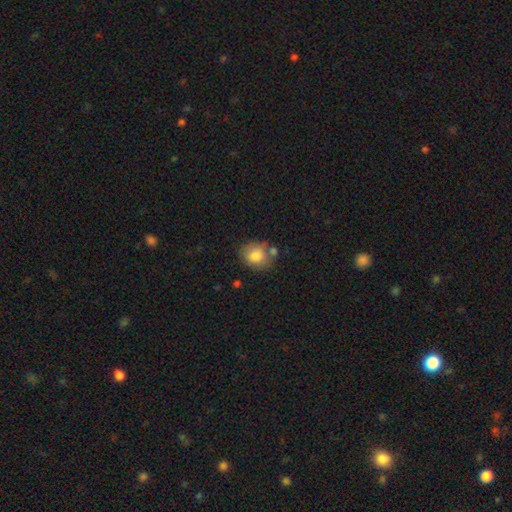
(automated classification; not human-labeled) Overall: smooth (83%). How rounded: round (65%; in between 34%). Merging: none (60%).